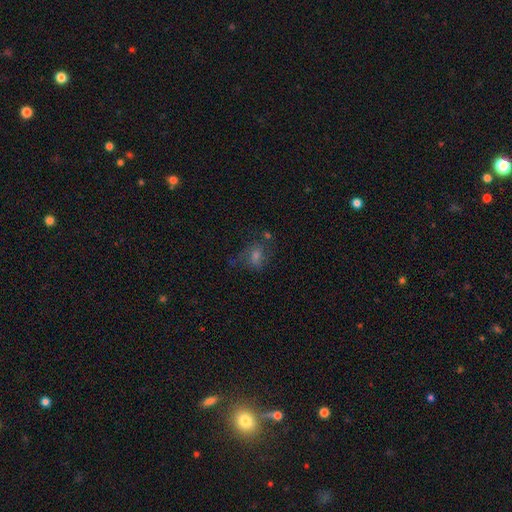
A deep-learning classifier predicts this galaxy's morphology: Smooth or featured?
  - smooth: 42% *
  - featured or disk: 32%
  - star or artifact: 26%
Merging?
  - none: 53% *
  - minor disturbance: 21%
  - major disturbance: 21%
  - merger: 5%